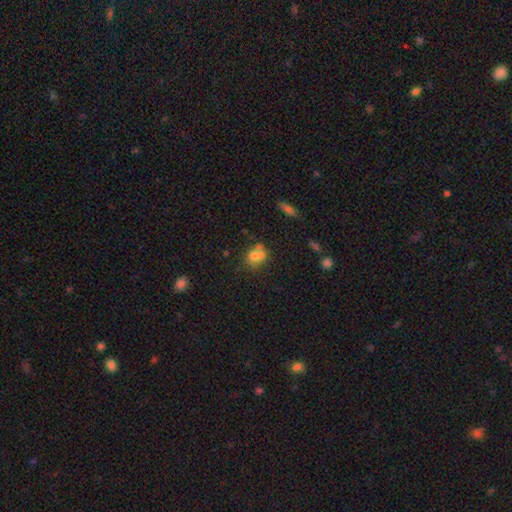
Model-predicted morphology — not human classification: This appears to be a smooth galaxy with no disk features (69%) that is round (53%). Merging: none (40%).